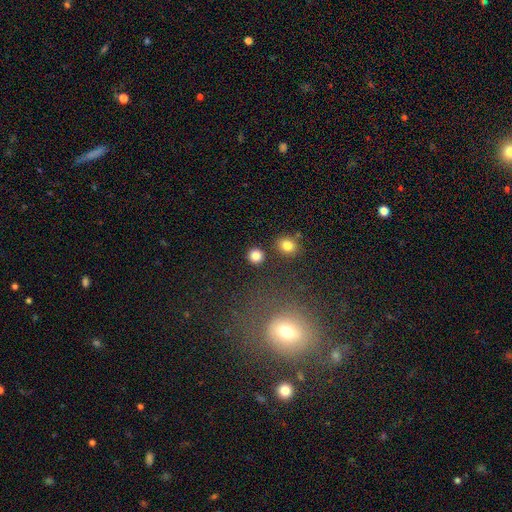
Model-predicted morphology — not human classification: Smooth or featured?
  - smooth: 83% *
  - star or artifact: 12%
  - featured or disk: 5%
How rounded?
  - round: 90% *
  - in between: 9%
  - cigar-shaped: 1%
Merging?
  - none: 86% *
  - minor disturbance: 6%
  - merger: 6%
  - major disturbance: 2%